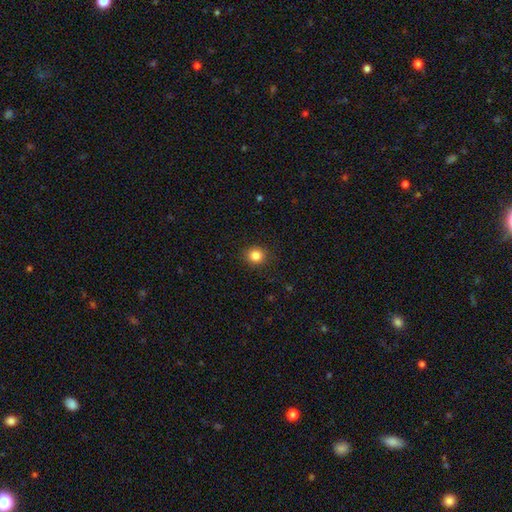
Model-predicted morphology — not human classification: Q: Smooth or featured?
A: smooth (84%); runner-up: star or artifact (11%)
Q: How rounded?
A: round (90%); runner-up: in between (9%)
Q: Merging?
A: none (90%); runner-up: minor disturbance (6%)